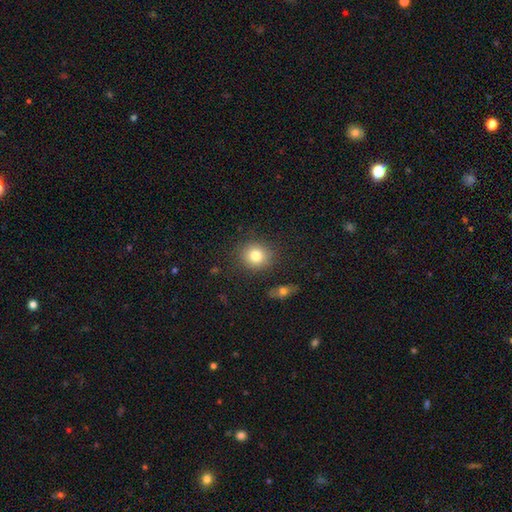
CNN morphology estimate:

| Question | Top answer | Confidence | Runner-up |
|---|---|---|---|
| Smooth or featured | smooth | 80% | star or artifact (11%) |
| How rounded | round | 83% | in between (16%) |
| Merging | none | 85% | minor disturbance (9%) |